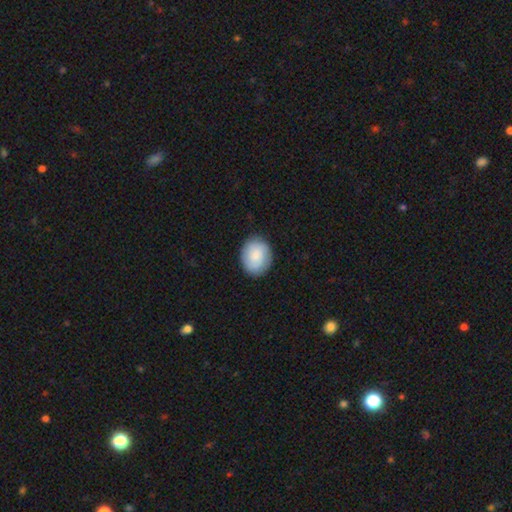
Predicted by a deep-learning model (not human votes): Q: Smooth or featured?
A: smooth (74%); runner-up: featured or disk (19%)
Q: How rounded?
A: round (58%); runner-up: in between (41%)
Q: Merging?
A: none (86%); runner-up: minor disturbance (10%)